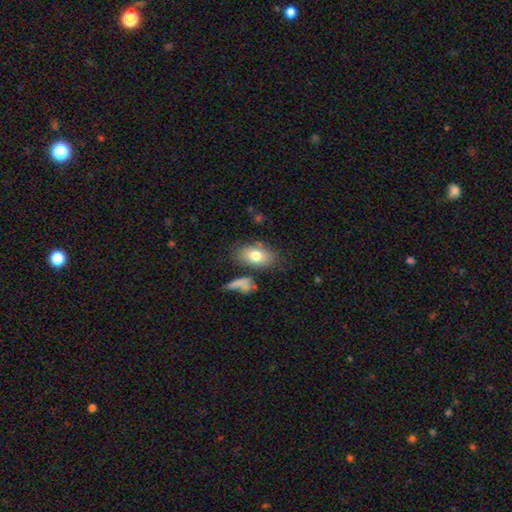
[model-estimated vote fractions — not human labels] Q: Smooth or featured?
A: smooth (76%); runner-up: featured or disk (16%)
Q: How rounded?
A: in between (87%); runner-up: round (10%)
Q: Merging?
A: none (70%); runner-up: minor disturbance (15%)